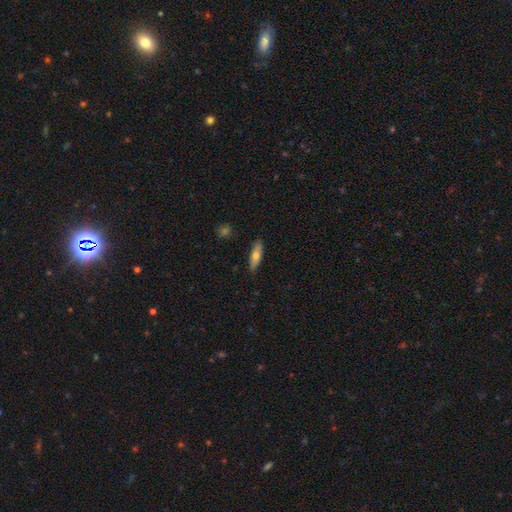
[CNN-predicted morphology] The model was most divided on "how rounded": cigar-shaped: 51%, in between: 47%, round: 2%. More confident: merging — none (88%); smooth or featured — smooth (67%).